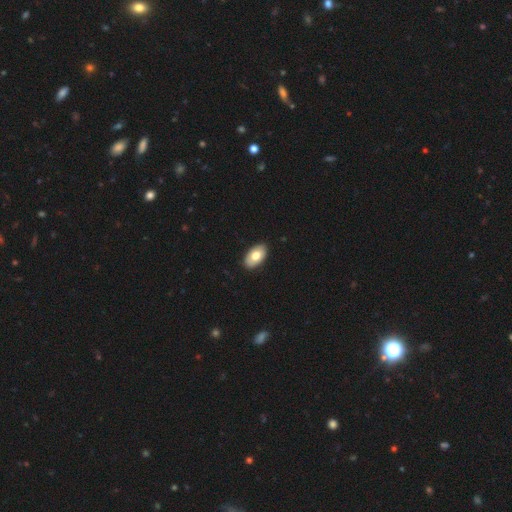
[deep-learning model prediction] Smooth or featured? Predicted: smooth (p=0.73). How rounded? Predicted: in between (p=0.94). Merging? Predicted: none (p=0.89).